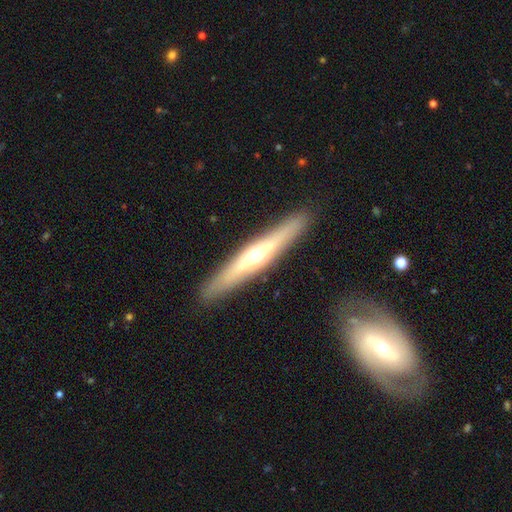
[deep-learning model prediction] smooth_or_featured: featured or disk (p=0.61) [alt: smooth p=0.33]
disk_edge_on: yes (p=0.89) [alt: no p=0.11]
edge_on_bulge: rounded (p=0.86) [alt: none p=0.10]
merging: none (p=0.89) [alt: minor disturbance p=0.08]